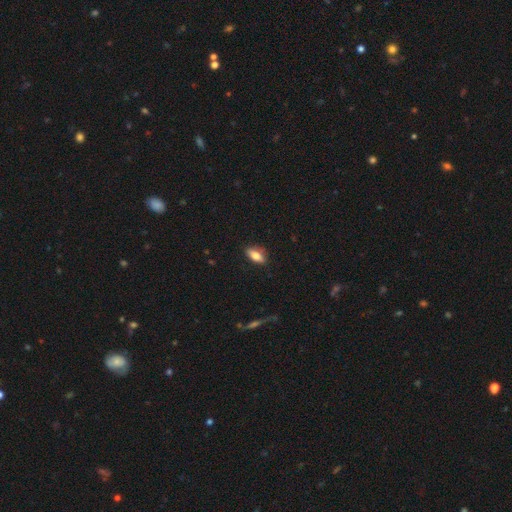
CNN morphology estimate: Overall: smooth (73%). How rounded: in between (82%). Merging: none (83%).